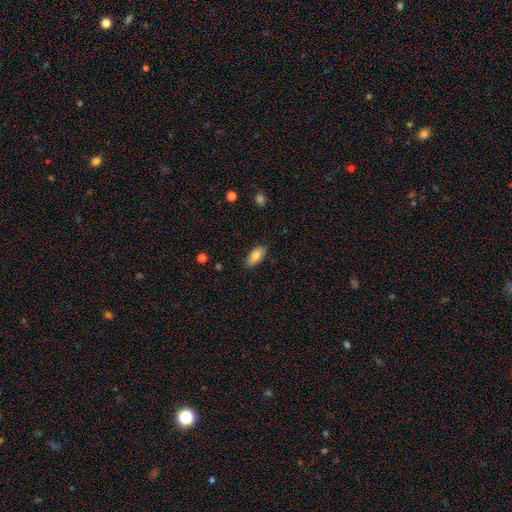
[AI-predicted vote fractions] A smooth galaxy with no disk features (82%) that is in between round and cigar-shaped (88%).

Vote fractions:
- Smooth or featured? smooth: 82% / featured or disk: 11% / star or artifact: 7%
- How rounded? in between: 88% / cigar-shaped: 9% / round: 2%
- Merging? none: 83% / minor disturbance: 13% / major disturbance: 2% / merger: 1%